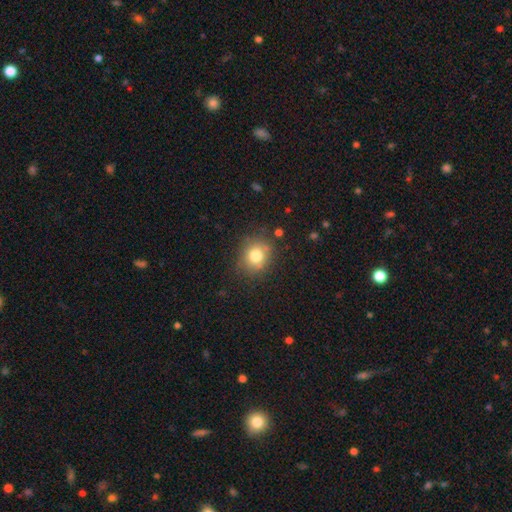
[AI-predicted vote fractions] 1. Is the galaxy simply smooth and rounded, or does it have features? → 78% smooth, 12% star or artifact, 10% featured or disk.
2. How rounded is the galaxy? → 74% round, 25% in between, 1% cigar-shaped.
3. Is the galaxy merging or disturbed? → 81% none, 13% minor disturbance, 4% major disturbance, 2% merger.